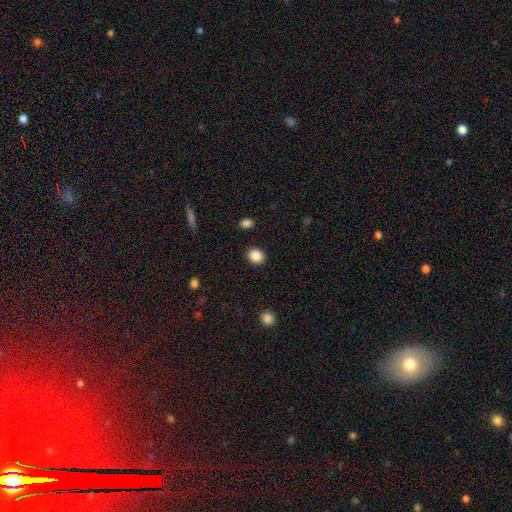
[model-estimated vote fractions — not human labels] Smooth or featured: smooth — 88% (star or artifact — 9%)
How rounded: round — 67% (in between — 32%)
Merging: none — 89% (minor disturbance — 7%)